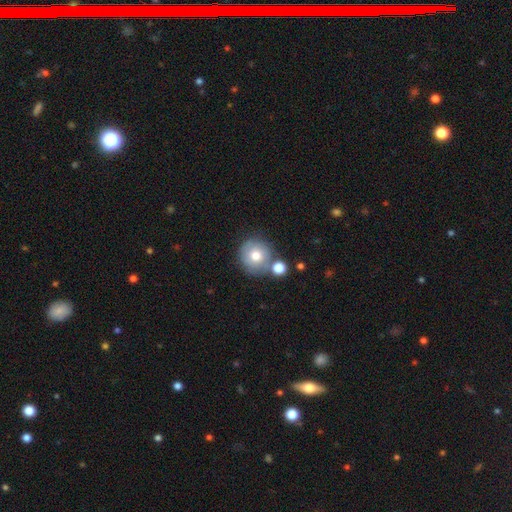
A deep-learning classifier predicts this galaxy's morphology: This is likely a smooth galaxy (66%). How rounded: clearly round (92%). Merging: likely none (61%).